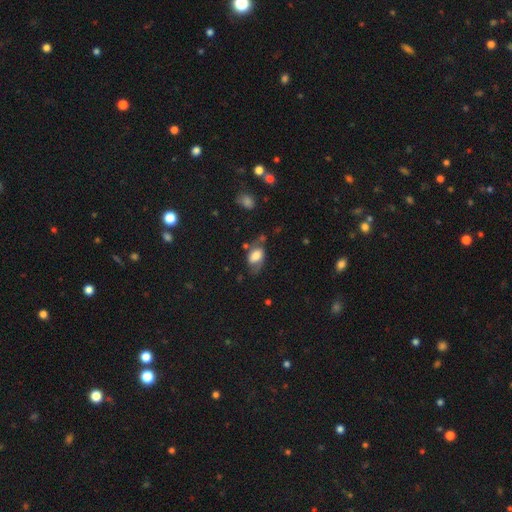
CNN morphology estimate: The model was most divided on "smooth or featured": smooth: 55%, featured or disk: 37%, star or artifact: 8%. Remaining: how rounded — in between (88%); merging — none (48%).